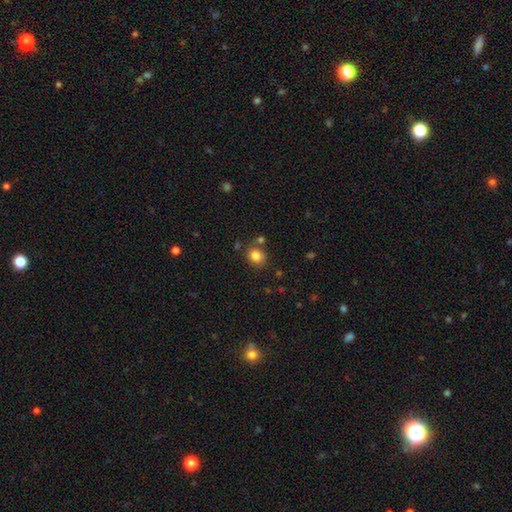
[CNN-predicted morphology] smooth-or-featured: smooth: 83% | star or artifact: 11% | featured or disk: 6%
  how-rounded: round: 75% | in between: 24% | cigar-shaped: 1%
  merging: none: 73% | minor disturbance: 13% | merger: 10% | major disturbance: 4%